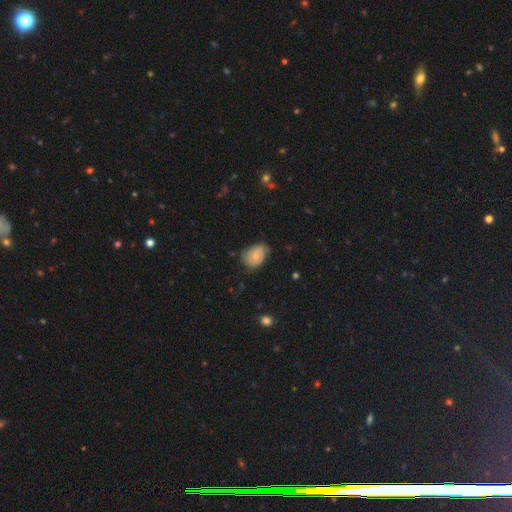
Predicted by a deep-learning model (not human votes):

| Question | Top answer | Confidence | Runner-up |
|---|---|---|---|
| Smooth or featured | smooth | 49% | featured or disk (43%) |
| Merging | none | 55% | minor disturbance (34%) |